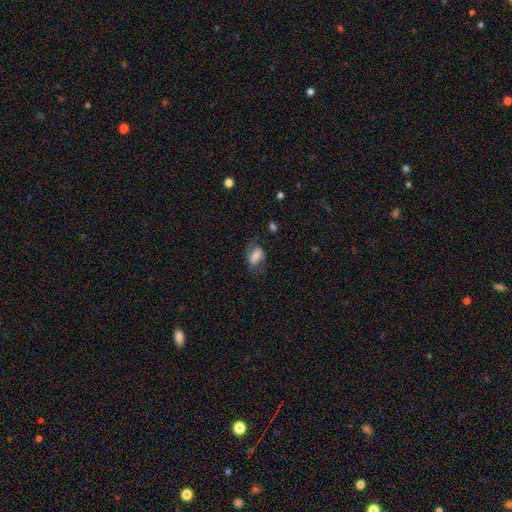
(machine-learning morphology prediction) A smooth galaxy with no disk features (56%) that is in between round and cigar-shaped (84%). Merging: none (59%).